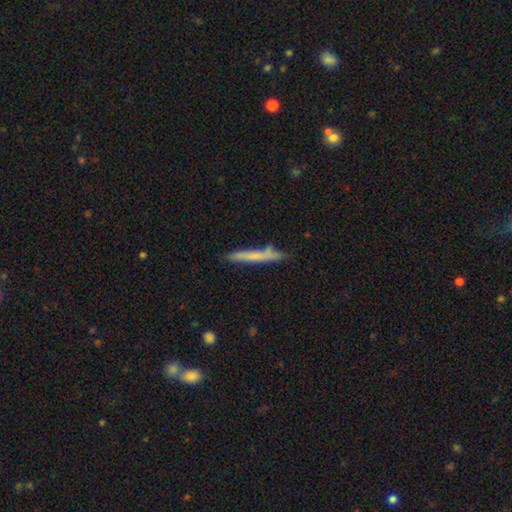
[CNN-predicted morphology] Smooth or featured?
  - smooth: 61% *
  - featured or disk: 33%
  - star or artifact: 6%
How rounded?
  - cigar-shaped: 96% *
  - in between: 3%
  - round: 1%
Merging?
  - none: 78% *
  - minor disturbance: 15%
  - merger: 4%
  - major disturbance: 3%